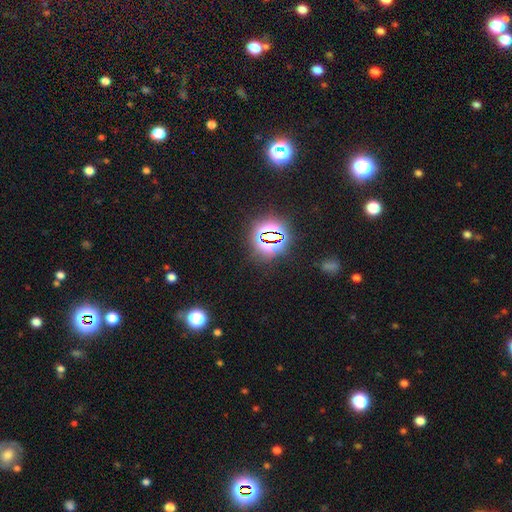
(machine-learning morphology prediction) Smooth or featured? Predicted: star or artifact (p=0.77).